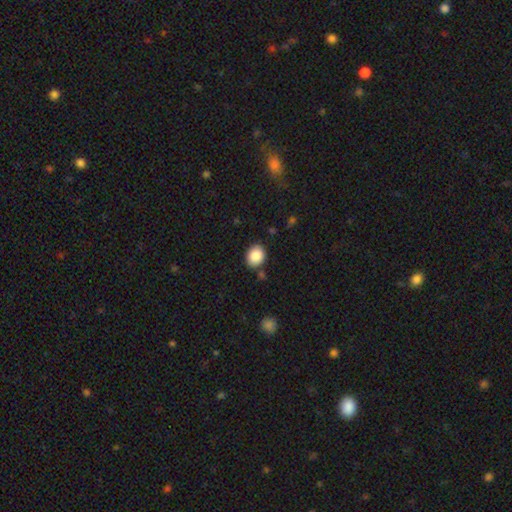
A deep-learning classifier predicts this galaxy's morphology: smooth 88%, star or artifact 8%, featured or disk 4%. Down the decision tree: how rounded — round (52%); merging — none (81%).